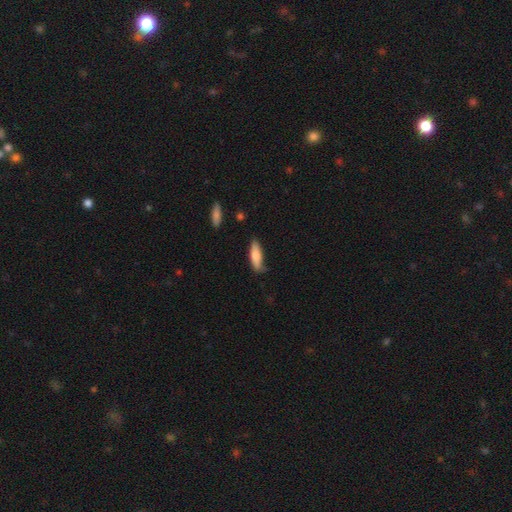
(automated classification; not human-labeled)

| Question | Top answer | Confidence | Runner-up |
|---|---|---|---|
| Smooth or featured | smooth | 77% | featured or disk (17%) |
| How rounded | cigar-shaped | 53% | in between (45%) |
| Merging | none | 67% | minor disturbance (26%) |